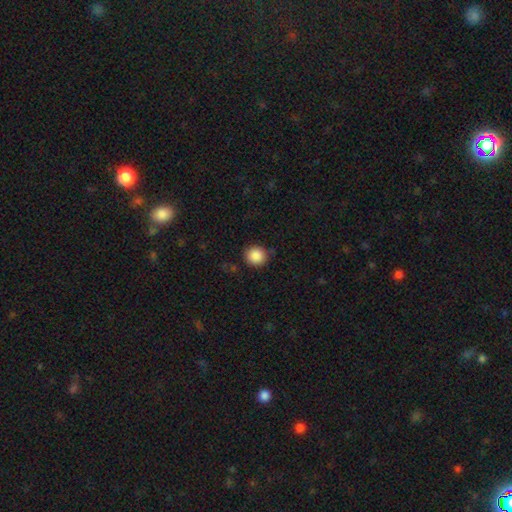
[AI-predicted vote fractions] Q: Smooth or featured?
A: smooth (87%); runner-up: star or artifact (9%)
Q: How rounded?
A: round (90%); runner-up: in between (9%)
Q: Merging?
A: none (87%); runner-up: minor disturbance (9%)